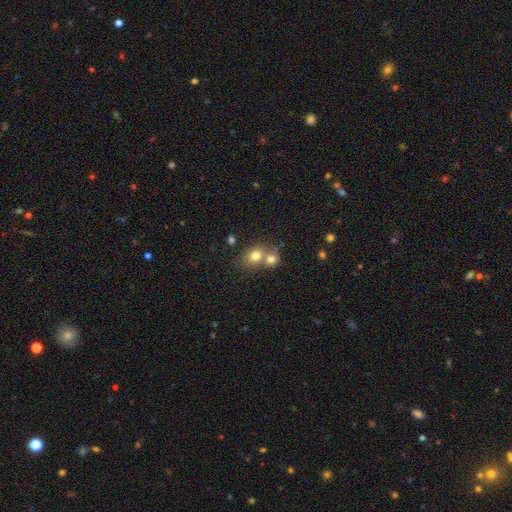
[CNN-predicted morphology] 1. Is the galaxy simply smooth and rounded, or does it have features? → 77% smooth, 12% featured or disk, 11% star or artifact.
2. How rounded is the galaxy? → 64% round, 35% in between, 1% cigar-shaped.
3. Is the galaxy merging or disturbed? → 54% merger, 36% none, 7% minor disturbance, 3% major disturbance.